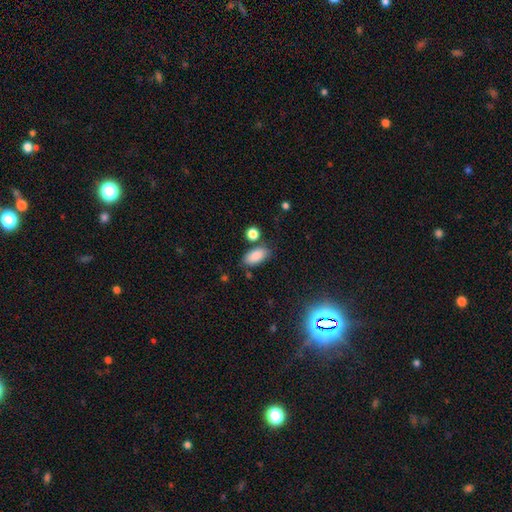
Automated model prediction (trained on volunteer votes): smooth_or_featured: smooth (p=0.85) [alt: star or artifact p=0.09]
how_rounded: in between (p=0.92) [alt: cigar-shaped p=0.04]
merging: none (p=0.75) [alt: minor disturbance p=0.13]